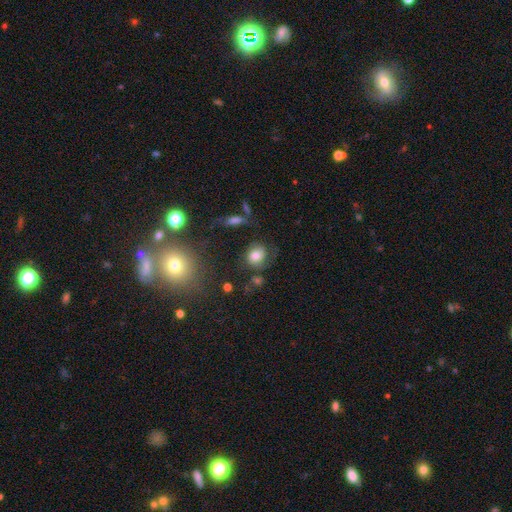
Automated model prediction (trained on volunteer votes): smooth_or_featured: smooth (p=0.70) [alt: featured or disk p=0.19]
how_rounded: round (p=0.62) [alt: in between p=0.37]
merging: none (p=0.56) [alt: minor disturbance p=0.23]